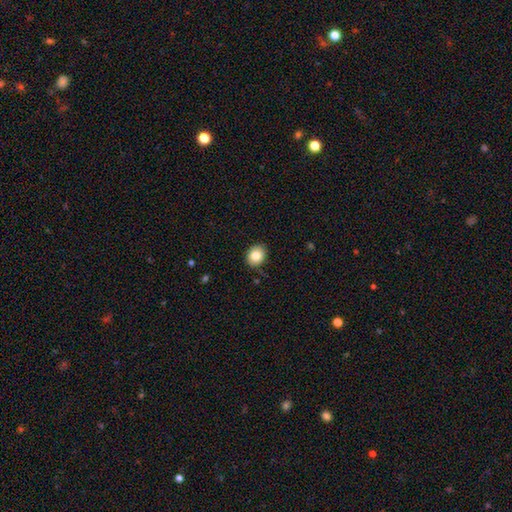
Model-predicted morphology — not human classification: This appears to be a smooth galaxy with no disk features (81%) that is round (62%). Merging: none (87%).